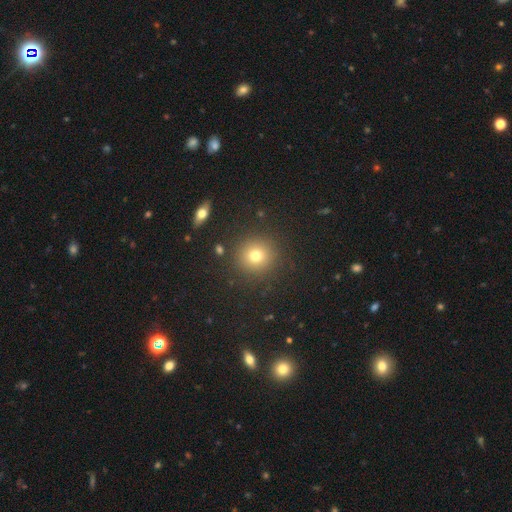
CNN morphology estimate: smooth-or-featured: smooth: 75% | star or artifact: 15% | featured or disk: 9%
  how-rounded: round: 93% | in between: 6% | cigar-shaped: 1%
  merging: none: 89% | minor disturbance: 6% | major disturbance: 3% | merger: 2%